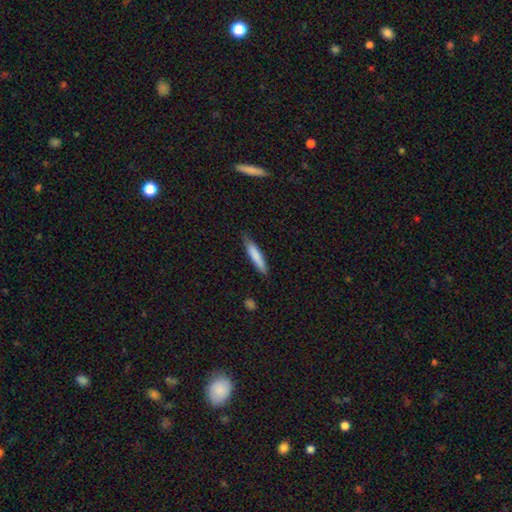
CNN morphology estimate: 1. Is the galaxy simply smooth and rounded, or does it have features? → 81% smooth, 13% featured or disk, 6% star or artifact.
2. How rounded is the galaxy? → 87% cigar-shaped, 12% in between, 1% round.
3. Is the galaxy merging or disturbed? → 79% none, 17% minor disturbance, 3% major disturbance, 1% merger.